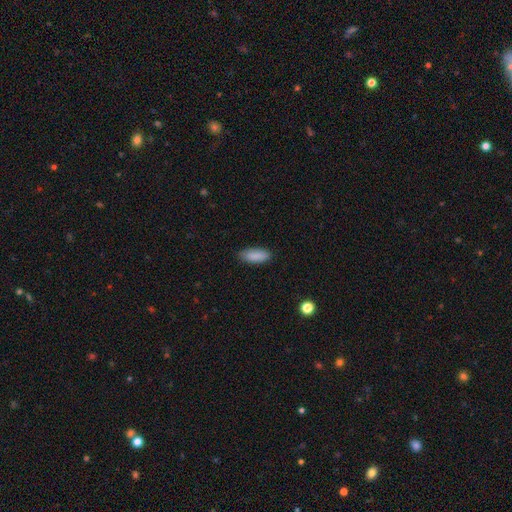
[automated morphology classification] A smooth galaxy with no disk features (88%) that is in between round and cigar-shaped (75%). Merging: none (82%).